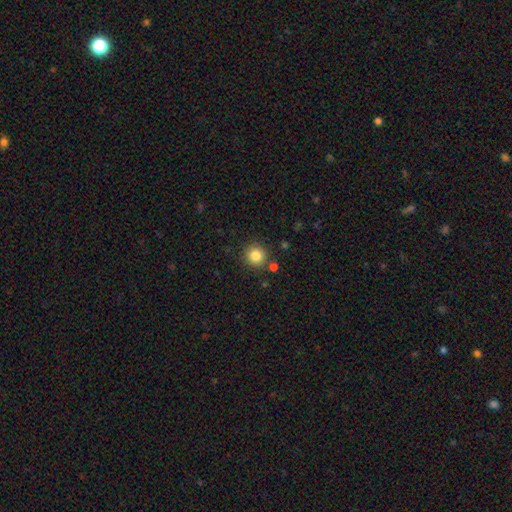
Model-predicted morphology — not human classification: smooth_or_featured: smooth (p=0.84) [alt: star or artifact p=0.11]
how_rounded: round (p=0.93) [alt: in between p=0.06]
merging: none (p=0.85) [alt: minor disturbance p=0.07]